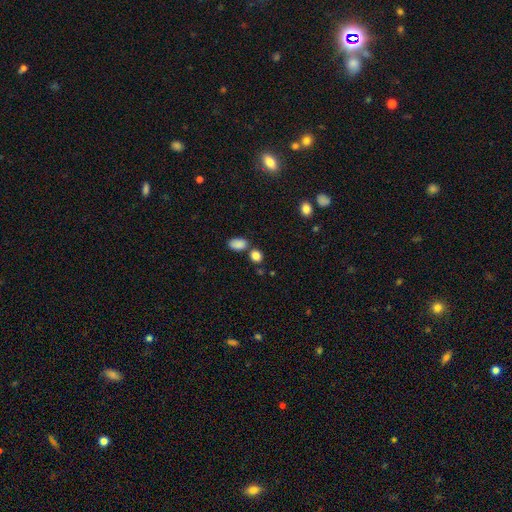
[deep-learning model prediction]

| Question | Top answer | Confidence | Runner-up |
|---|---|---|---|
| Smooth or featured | smooth | 85% | star or artifact (11%) |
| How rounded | round | 53% | in between (46%) |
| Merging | none | 67% | merger (18%) |